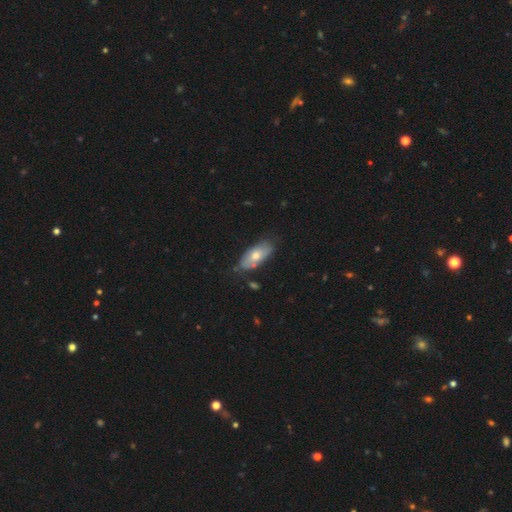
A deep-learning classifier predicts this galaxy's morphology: Overall: smooth (62%; featured or disk 32%). How rounded: in between (87%). Merging: none (72%).